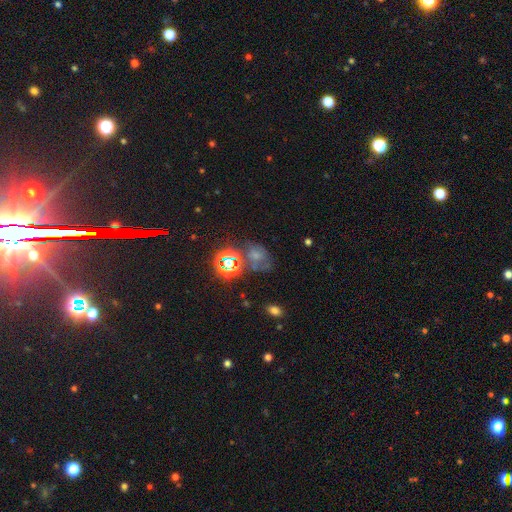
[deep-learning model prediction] smooth_or_featured: smooth (p=0.46) [alt: star or artifact p=0.35]
merging: none (p=0.44) [alt: minor disturbance p=0.22]